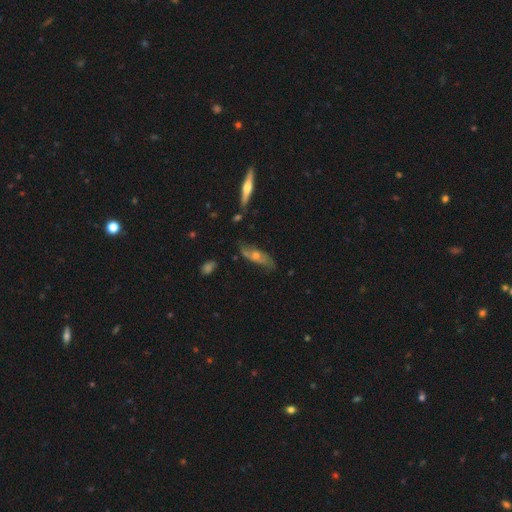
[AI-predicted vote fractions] A featured or disk galaxy (63%) viewed edge-on (61%).

Vote fractions:
- Smooth or featured? featured or disk: 63% / smooth: 28% / star or artifact: 8%
- Edge-on disk? yes: 61% / no: 39%
- Merging? none: 70% / minor disturbance: 21% / major disturbance: 5% / merger: 4%